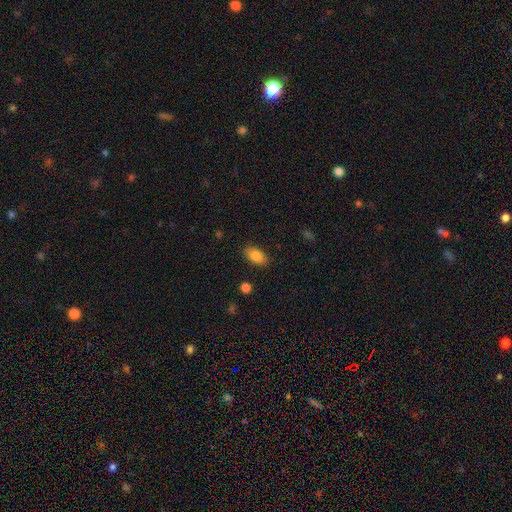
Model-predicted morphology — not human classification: Q: Smooth or featured?
A: smooth (85%); runner-up: star or artifact (8%)
Q: How rounded?
A: in between (91%); runner-up: round (6%)
Q: Merging?
A: none (86%); runner-up: minor disturbance (10%)